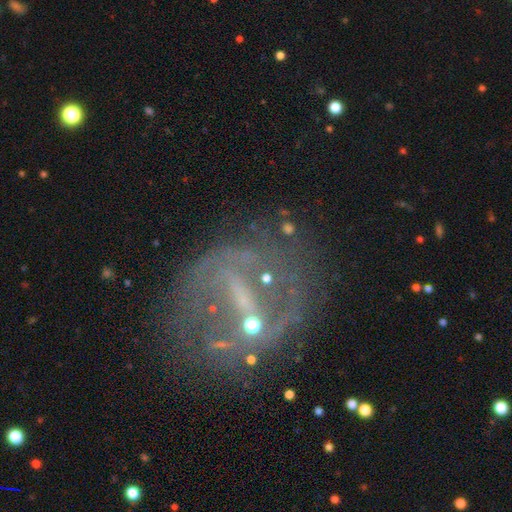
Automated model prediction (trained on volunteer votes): Smooth or featured: featured or disk — 72% (star or artifact — 16%)
Edge-on disk: no — 96% (yes — 4%)
Bar: strong — 40% (weak — 34%)
Spiral arms: yes — 63% (no — 37%)
Bulge size: small — 42% (none — 29%)
Merging: none — 55% (major disturbance — 21%)